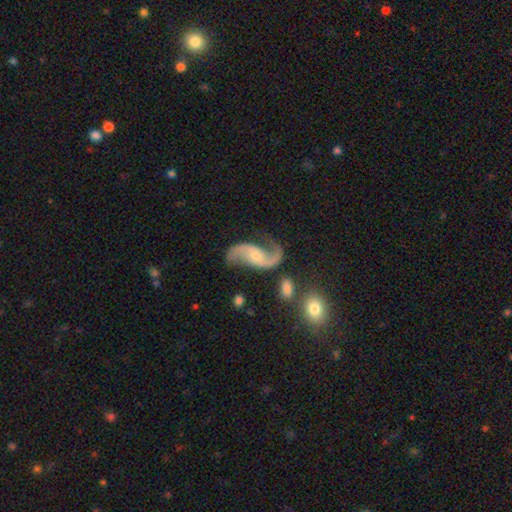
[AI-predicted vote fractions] A featured or disk galaxy (90%) with no bar (57%), 2 (93%) loose (69%) spiral arms (97%) and a small central bulge (58%). Merging: none (69%).